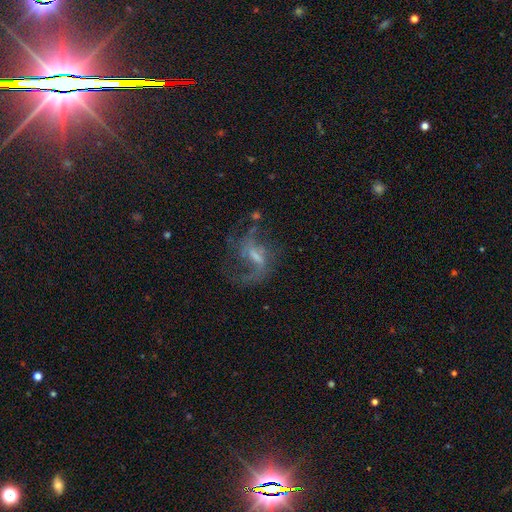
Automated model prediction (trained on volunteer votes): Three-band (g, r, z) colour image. It shows a featured or disk galaxy (75%) with a weak bar (50%), 2 (52%) loose (60%) spiral arms (82%) and a small central bulge (33%). Merging: none (45%).